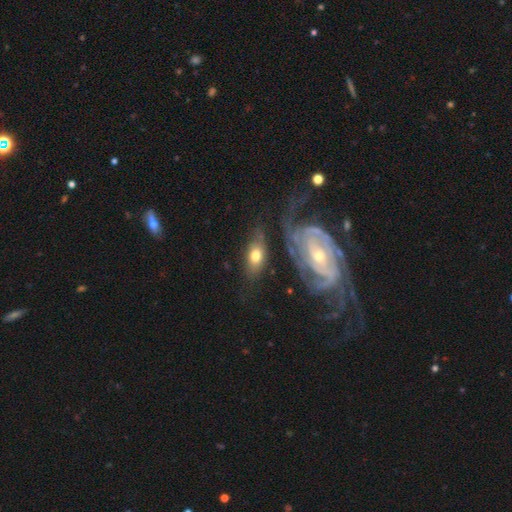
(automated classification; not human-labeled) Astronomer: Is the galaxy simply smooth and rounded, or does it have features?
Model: smooth — 50% (runner-up: featured or disk, 42%).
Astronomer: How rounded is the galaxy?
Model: in between — 83%.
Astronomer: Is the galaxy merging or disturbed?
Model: none — 59%.